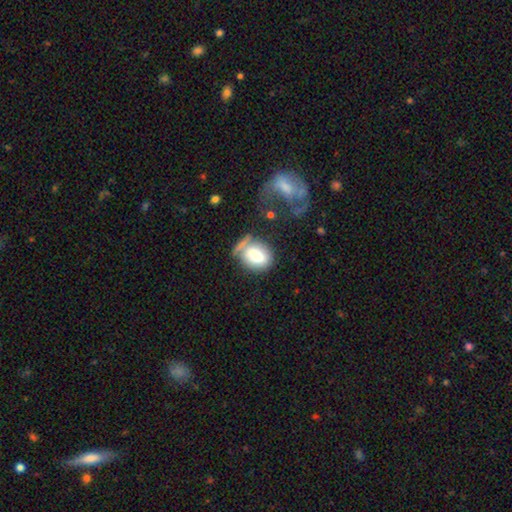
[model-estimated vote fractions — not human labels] Smooth or featured? smooth (73%)
How rounded? in between (62%)
Merging? none (41%)